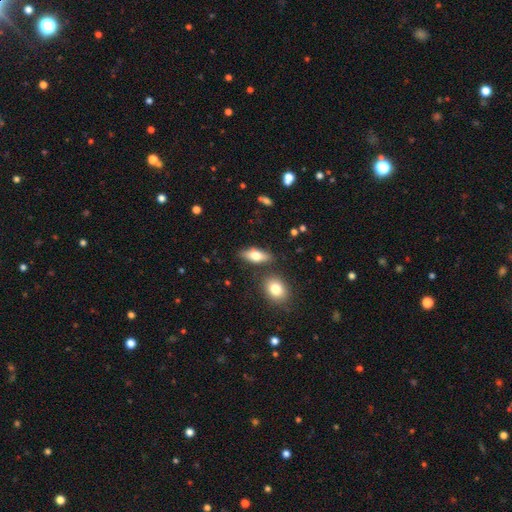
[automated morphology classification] Smooth or featured: smooth — 70% (featured or disk — 23%)
How rounded: in between — 77% (cigar-shaped — 18%)
Merging: none — 78% (minor disturbance — 11%)